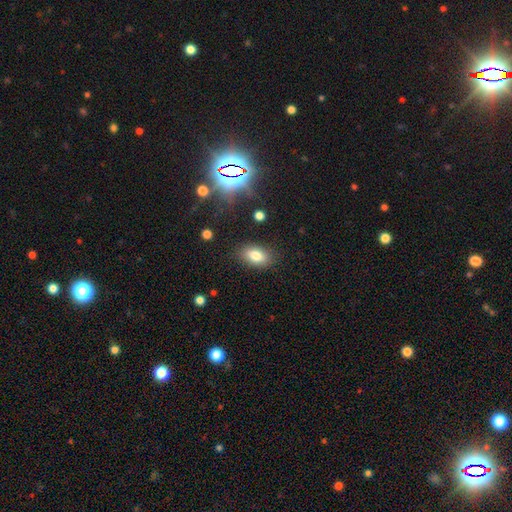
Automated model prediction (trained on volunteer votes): Smooth or featured?
  - smooth: 81% *
  - star or artifact: 10%
  - featured or disk: 9%
How rounded?
  - in between: 89% *
  - round: 9%
  - cigar-shaped: 2%
Merging?
  - none: 85% *
  - minor disturbance: 11%
  - major disturbance: 3%
  - merger: 2%